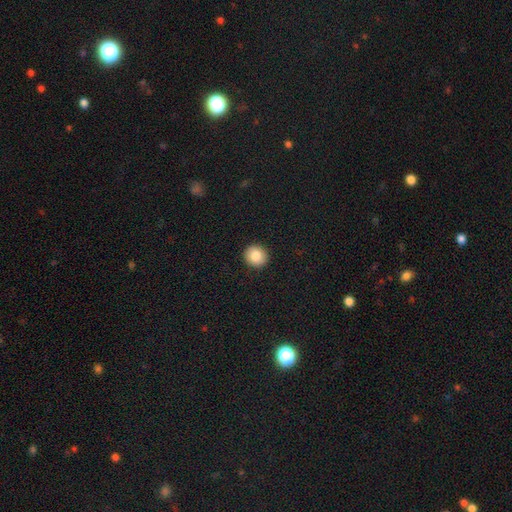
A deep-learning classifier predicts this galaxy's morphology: Smooth or featured: smooth — 83% (star or artifact — 9%)
How rounded: round — 91% (in between — 8%)
Merging: none — 93% (minor disturbance — 5%)